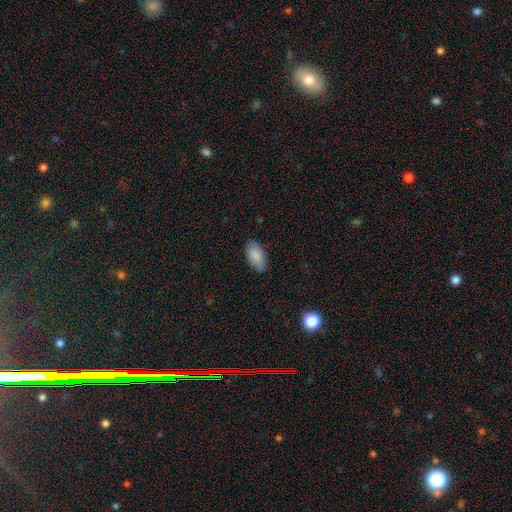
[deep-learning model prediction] Overall: smooth (88%). How rounded: in between (94%). Merging: none (85%).